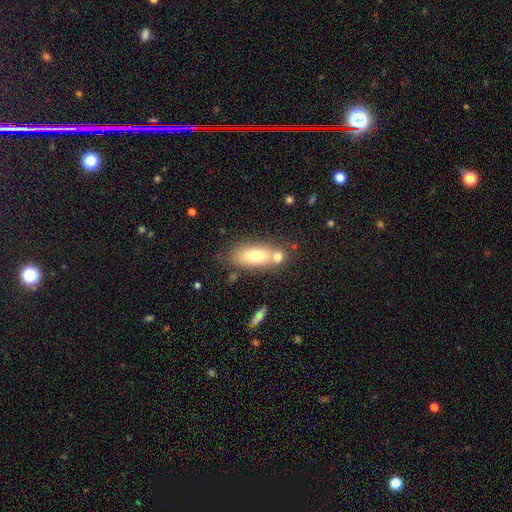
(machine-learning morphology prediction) smooth-or-featured: smooth: 68% | featured or disk: 23% | star or artifact: 9%
  how-rounded: in between: 75% | cigar-shaped: 19% | round: 6%
  merging: none: 52% | merger: 32% | minor disturbance: 12% | major disturbance: 4%